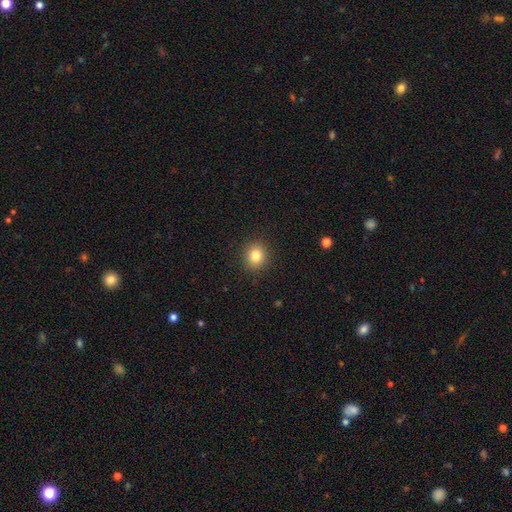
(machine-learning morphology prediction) Smooth or featured? smooth (82%)
How rounded? round (79%)
Merging? none (91%)